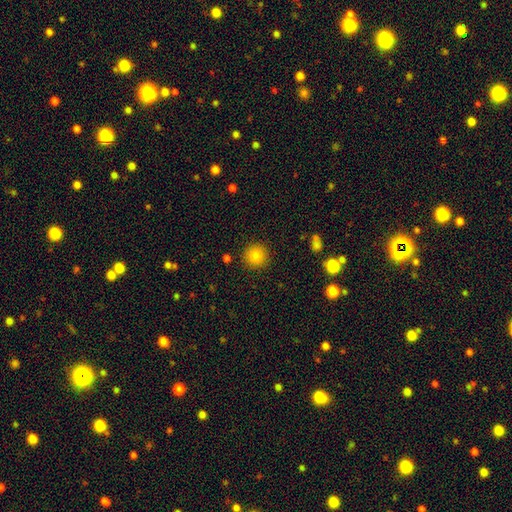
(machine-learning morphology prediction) Smooth or featured? smooth (84%)
How rounded? round (94%)
Merging? none (91%)